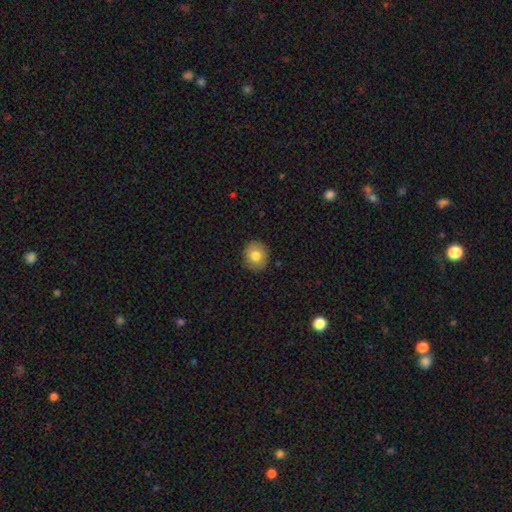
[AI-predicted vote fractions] This appears to be a smooth galaxy with no disk features (79%) that is round (77%). Merging: none (89%).